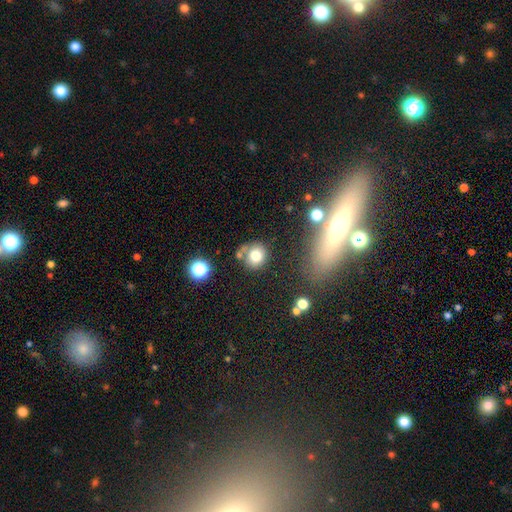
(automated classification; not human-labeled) Smooth or featured?
  - smooth: 77% *
  - star or artifact: 12%
  - featured or disk: 11%
How rounded?
  - round: 83% *
  - in between: 16%
  - cigar-shaped: 1%
Merging?
  - none: 65% *
  - merger: 15%
  - minor disturbance: 14%
  - major disturbance: 5%